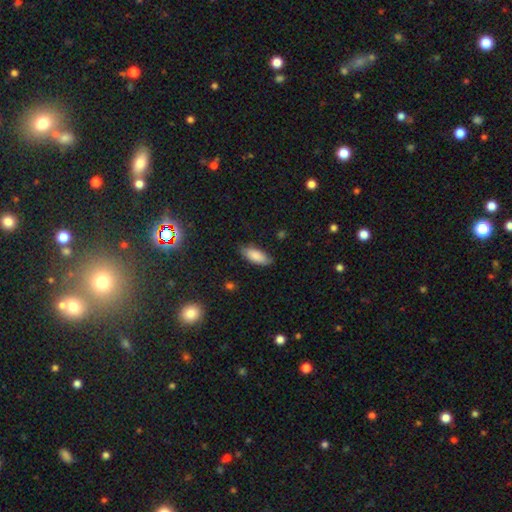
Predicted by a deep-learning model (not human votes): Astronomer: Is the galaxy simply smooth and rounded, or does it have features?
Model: smooth — 84%.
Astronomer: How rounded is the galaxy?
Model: in between — 84%.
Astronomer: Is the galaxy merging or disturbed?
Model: none — 78%.